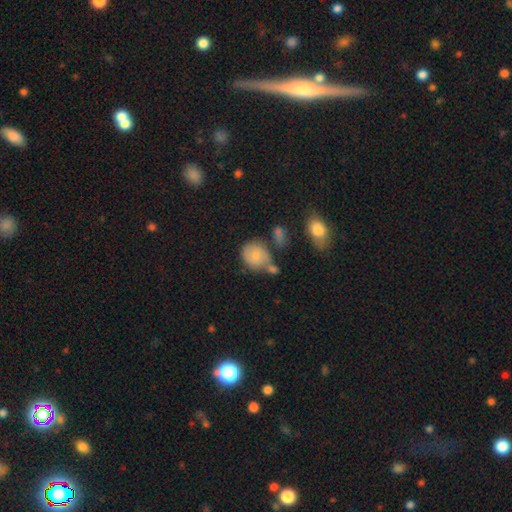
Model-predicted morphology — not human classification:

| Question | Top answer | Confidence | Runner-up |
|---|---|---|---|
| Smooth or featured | smooth | 65% | featured or disk (27%) |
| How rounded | round | 64% | in between (35%) |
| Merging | none | 42% | merger (25%) |